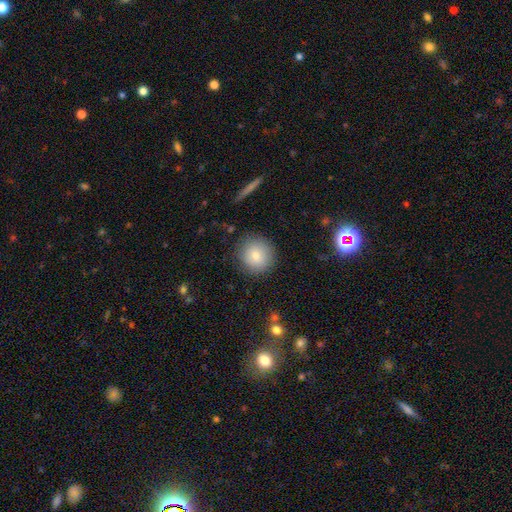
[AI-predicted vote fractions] smooth-or-featured: smooth: 81% | featured or disk: 10% | star or artifact: 9%
  how-rounded: round: 92% | in between: 7% | cigar-shaped: 1%
  merging: none: 86% | minor disturbance: 10% | major disturbance: 3% | merger: 1%